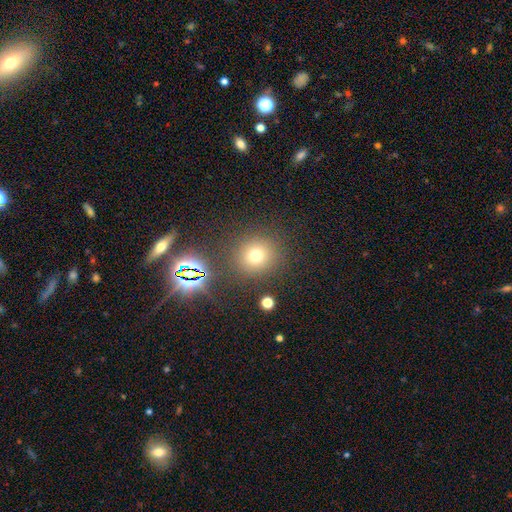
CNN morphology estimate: Overall: smooth (71%). How rounded: round (90%). Merging: none (84%).